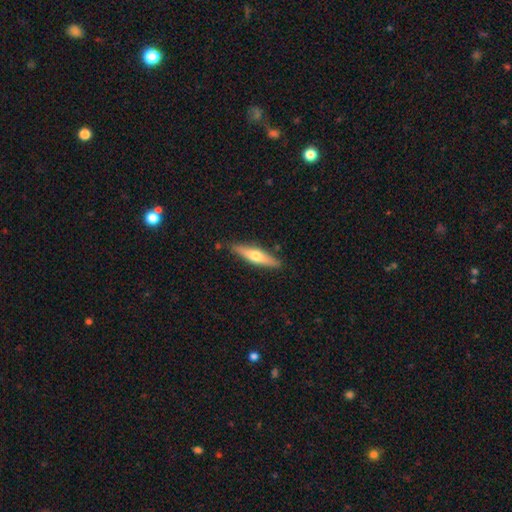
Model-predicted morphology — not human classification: Q: Smooth or featured?
A: featured or disk (49%); runner-up: smooth (45%)
Q: Merging?
A: none (86%); runner-up: minor disturbance (11%)